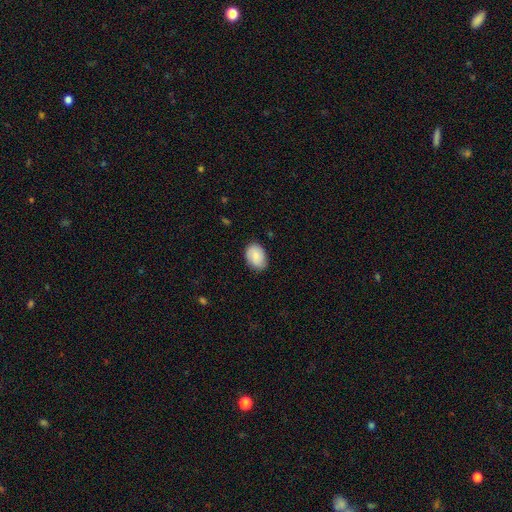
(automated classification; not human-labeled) Smooth or featured? smooth (80%)
How rounded? in between (78%)
Merging? none (80%)